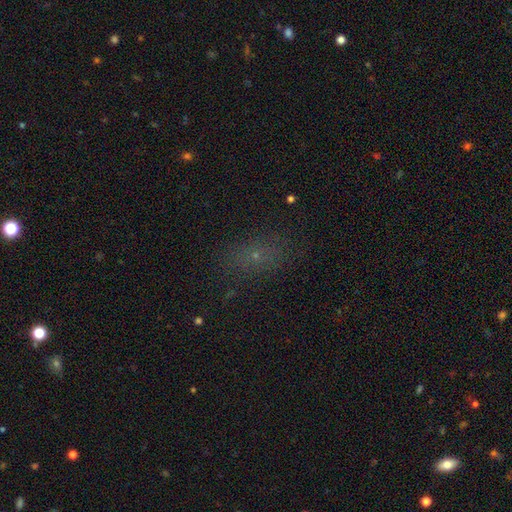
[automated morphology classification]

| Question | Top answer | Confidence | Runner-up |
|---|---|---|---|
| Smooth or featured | smooth | 54% | star or artifact (31%) |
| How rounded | in between | 73% | round (21%) |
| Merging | none | 78% | minor disturbance (14%) |